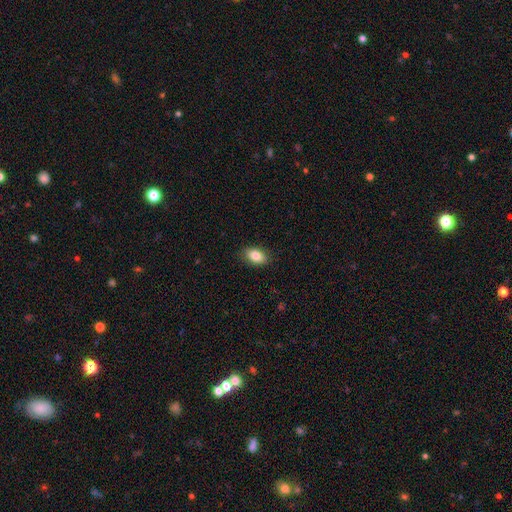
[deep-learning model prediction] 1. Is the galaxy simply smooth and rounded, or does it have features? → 84% smooth, 8% featured or disk, 8% star or artifact.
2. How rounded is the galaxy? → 88% in between, 10% round, 2% cigar-shaped.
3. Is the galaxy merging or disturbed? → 88% none, 9% minor disturbance, 2% major disturbance, 1% merger.